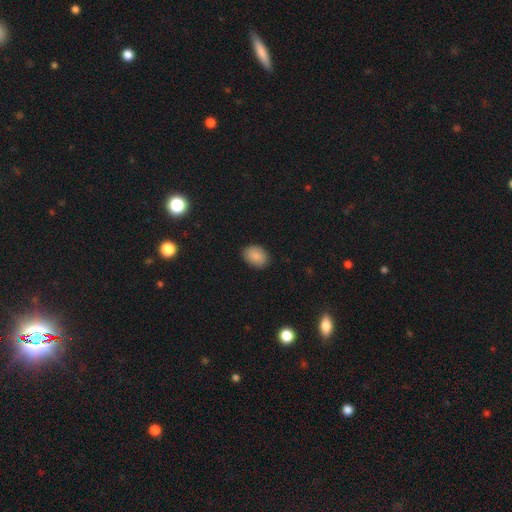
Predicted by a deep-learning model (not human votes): Overall: smooth (87%). How rounded: in between (68%; round 31%). Merging: none (87%).